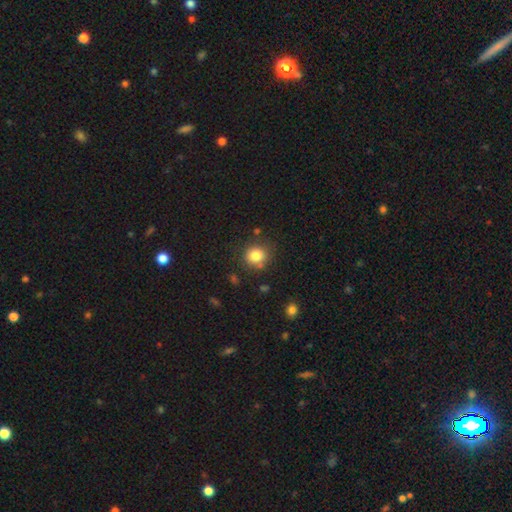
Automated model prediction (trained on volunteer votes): Smooth or featured: smooth — 82% (star or artifact — 11%)
How rounded: round — 86% (in between — 13%)
Merging: none — 80% (minor disturbance — 12%)